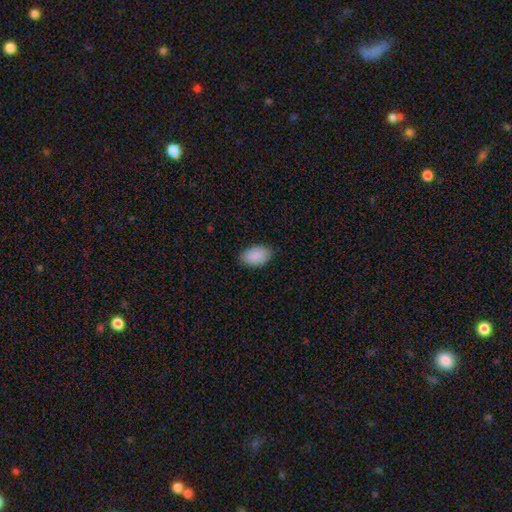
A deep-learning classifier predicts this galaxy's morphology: Overall: smooth (90%). How rounded: in between (93%). Merging: none (85%).